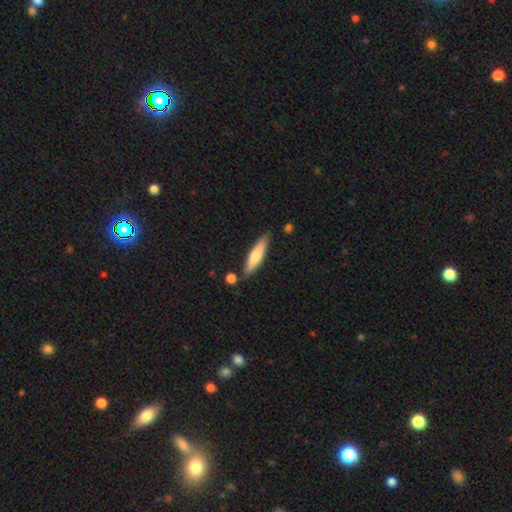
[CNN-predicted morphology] Smooth or featured?
  - smooth: 70% *
  - featured or disk: 25%
  - star or artifact: 5%
How rounded?
  - cigar-shaped: 79% *
  - in between: 20%
  - round: 1%
Merging?
  - none: 83% *
  - minor disturbance: 11%
  - merger: 4%
  - major disturbance: 2%